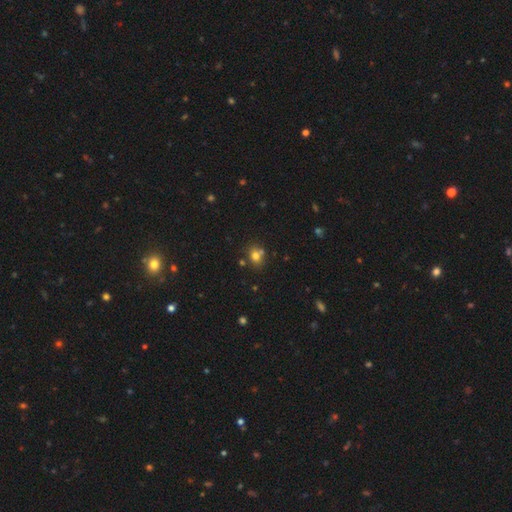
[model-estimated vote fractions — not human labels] The model was most divided on "how rounded": round: 66%, in between: 33%, cigar-shaped: 1%. More confident: smooth or featured — smooth (73%); merging — none (63%).